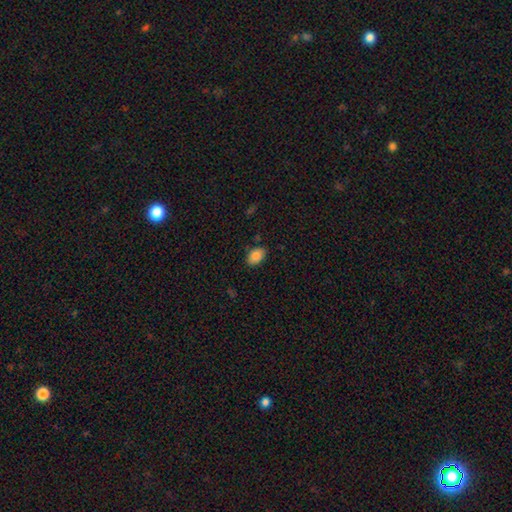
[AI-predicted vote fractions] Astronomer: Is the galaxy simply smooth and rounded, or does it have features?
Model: smooth — 85%.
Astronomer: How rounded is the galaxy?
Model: in between — 84%.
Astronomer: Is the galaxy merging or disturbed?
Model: none — 82%.